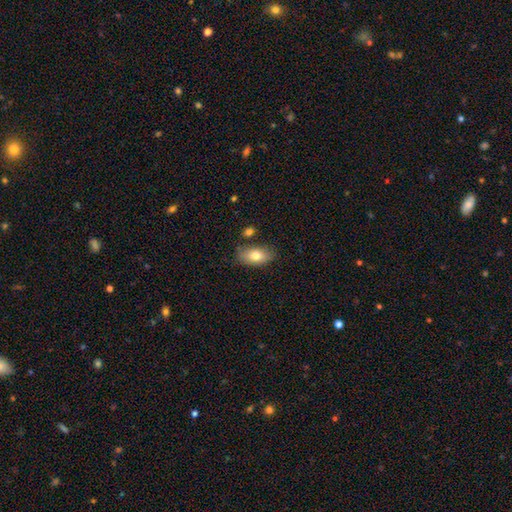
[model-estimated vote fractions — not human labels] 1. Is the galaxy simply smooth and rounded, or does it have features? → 77% smooth, 16% featured or disk, 7% star or artifact.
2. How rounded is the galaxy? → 89% in between, 6% round, 5% cigar-shaped.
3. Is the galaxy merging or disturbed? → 76% none, 15% minor disturbance, 5% merger, 3% major disturbance.